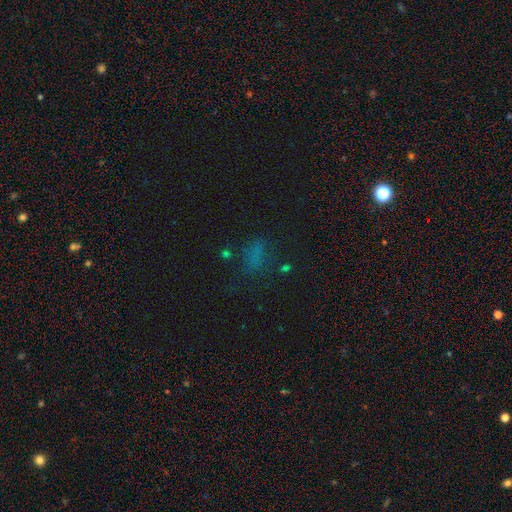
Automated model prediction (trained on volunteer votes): Smooth or featured? smooth (56%)
How rounded? in between (72%)
Merging? none (61%)